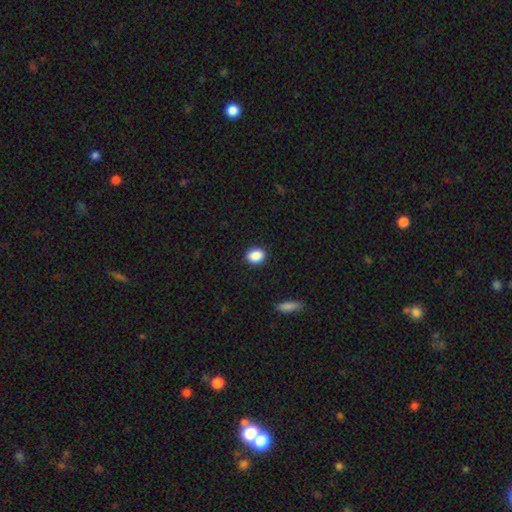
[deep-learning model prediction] smooth-or-featured: smooth: 88% | star or artifact: 8% | featured or disk: 3%
  how-rounded: round: 54% | in between: 44% | cigar-shaped: 1%
  merging: none: 91% | minor disturbance: 6% | major disturbance: 2% | merger: 1%